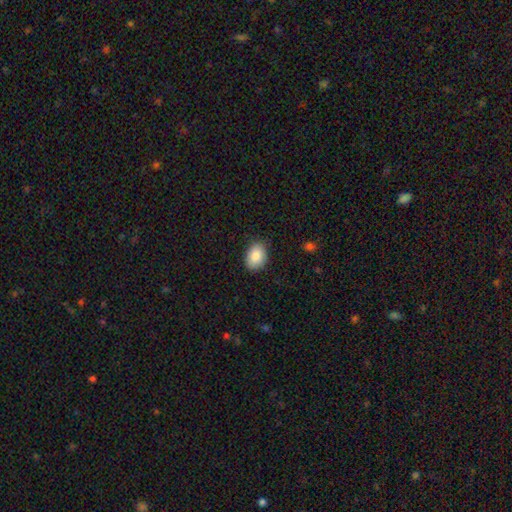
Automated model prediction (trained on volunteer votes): Smooth or featured?
  - smooth: 87% *
  - star or artifact: 7%
  - featured or disk: 6%
How rounded?
  - in between: 75% *
  - round: 24%
  - cigar-shaped: 1%
Merging?
  - none: 81% *
  - minor disturbance: 16%
  - major disturbance: 3%
  - merger: 1%